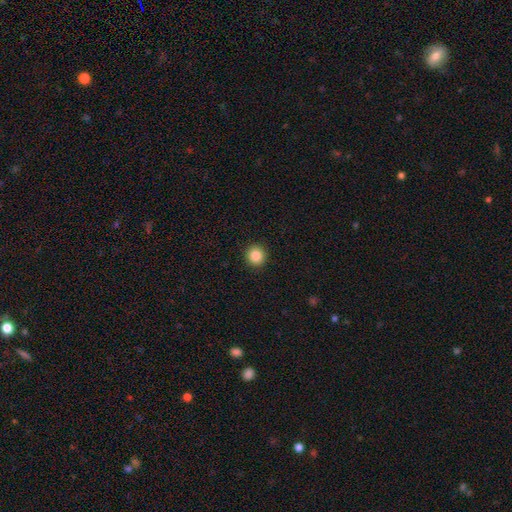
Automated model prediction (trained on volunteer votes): Smooth or featured? Predicted: smooth (p=0.85). How rounded? Predicted: round (p=0.93). Merging? Predicted: none (p=0.93).